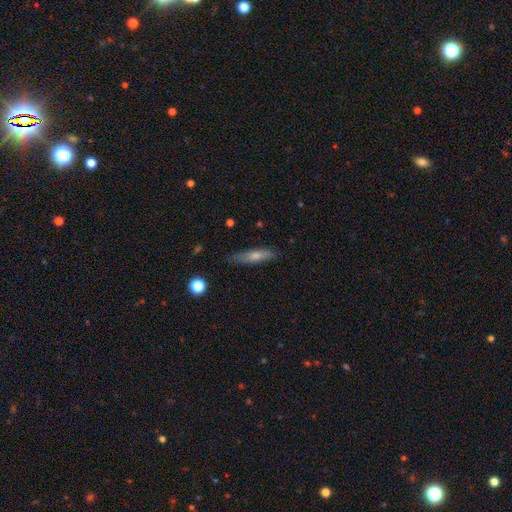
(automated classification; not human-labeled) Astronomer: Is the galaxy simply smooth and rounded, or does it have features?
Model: smooth — 67%.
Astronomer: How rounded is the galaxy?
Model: cigar-shaped — 77%.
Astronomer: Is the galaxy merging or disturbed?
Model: none — 79%.